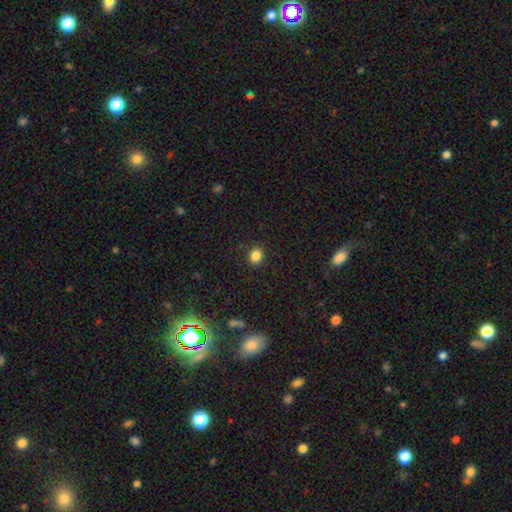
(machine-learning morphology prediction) smooth 85%, star or artifact 11%, featured or disk 4%. Down the decision tree: how rounded — round (50%); merging — none (89%).